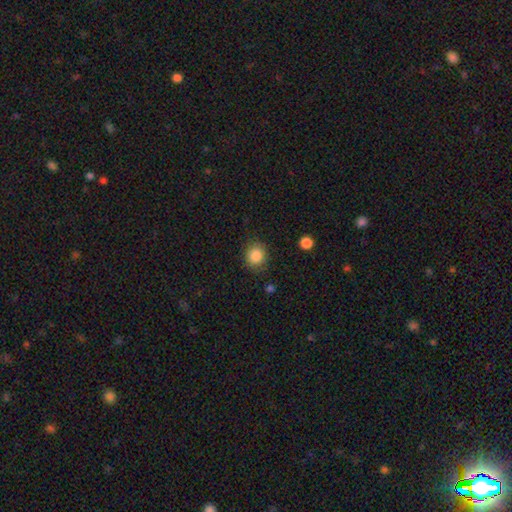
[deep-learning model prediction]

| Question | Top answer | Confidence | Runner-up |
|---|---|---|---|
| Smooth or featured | smooth | 86% | star or artifact (9%) |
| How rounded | round | 81% | in between (18%) |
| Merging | none | 84% | minor disturbance (11%) |